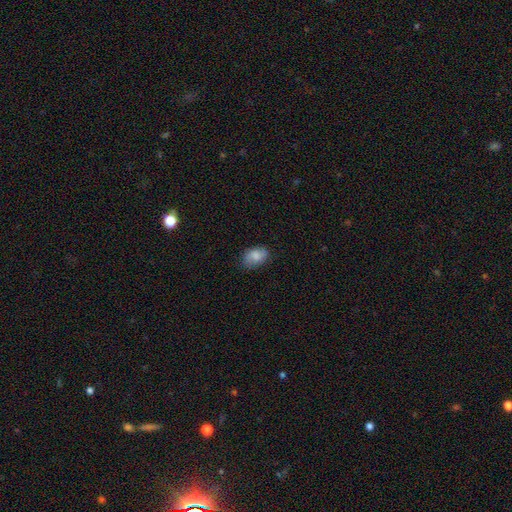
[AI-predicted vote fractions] This is likely a smooth galaxy (75%). How rounded: clearly in between (85%). Merging: likely none (75%).